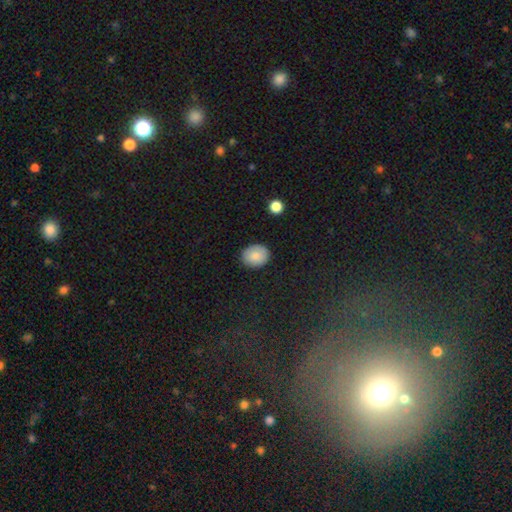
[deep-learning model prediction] A smooth galaxy with no disk features (84%) that is round (58%).

Vote fractions:
- Smooth or featured? smooth: 84% / star or artifact: 8% / featured or disk: 8%
- How rounded? round: 58% / in between: 41% / cigar-shaped: 1%
- Merging? none: 86% / minor disturbance: 10% / major disturbance: 2% / merger: 1%